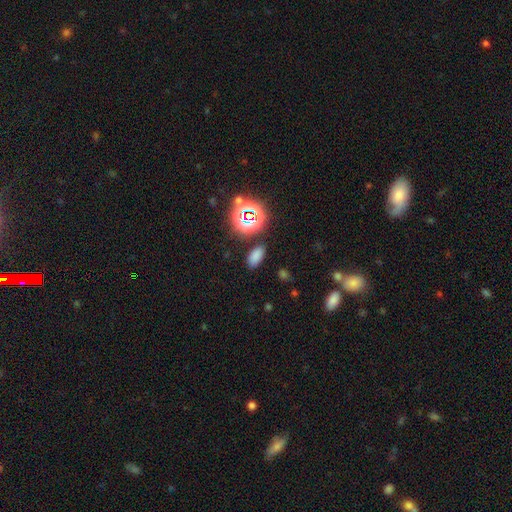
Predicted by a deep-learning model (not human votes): A smooth galaxy with no disk features (72%) that is in between round and cigar-shaped (89%).

Vote fractions:
- Smooth or featured? smooth: 72% / star or artifact: 23% / featured or disk: 5%
- How rounded? in between: 89% / round: 7% / cigar-shaped: 3%
- Merging? none: 84% / minor disturbance: 9% / major disturbance: 3% / merger: 3%